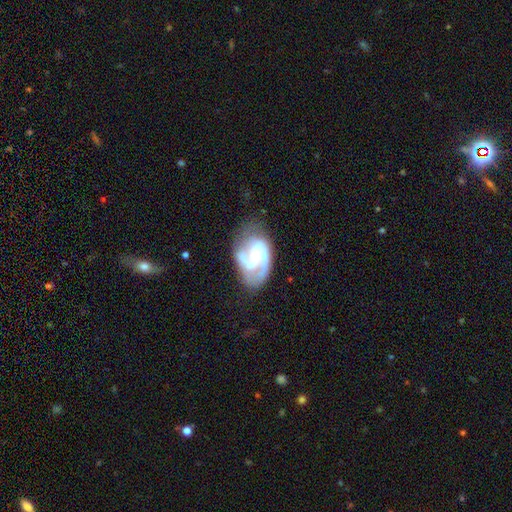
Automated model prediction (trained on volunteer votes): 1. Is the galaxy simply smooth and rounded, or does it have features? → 79% featured or disk, 15% smooth, 7% star or artifact.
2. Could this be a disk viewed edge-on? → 98% no, 2% yes.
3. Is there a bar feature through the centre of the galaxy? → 39% weak, 37% no, 24% strong.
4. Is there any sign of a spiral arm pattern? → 88% yes, 12% no.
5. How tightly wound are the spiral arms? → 46% medium, 31% tight, 23% loose.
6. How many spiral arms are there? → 51% 2, 18% 3, 17% can't tell, 9% 1, 3% 4, 3% more than 4.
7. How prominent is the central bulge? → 41% none, 31% small, 20% moderate, 7% large, 2% dominant.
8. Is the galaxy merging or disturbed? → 46% none, 25% minor disturbance, 24% major disturbance, 5% merger.